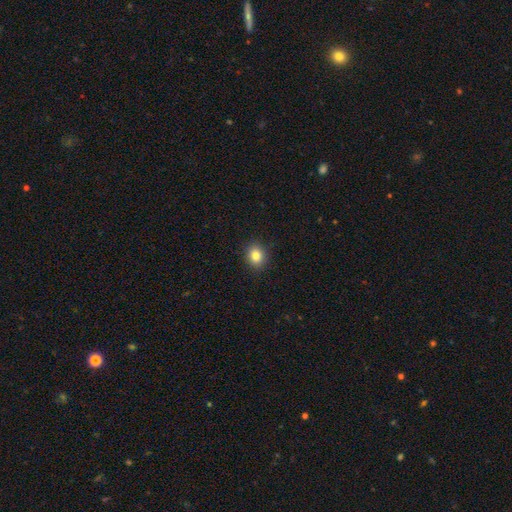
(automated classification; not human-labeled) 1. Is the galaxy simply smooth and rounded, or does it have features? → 83% smooth, 11% star or artifact, 7% featured or disk.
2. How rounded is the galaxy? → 68% round, 32% in between, 1% cigar-shaped.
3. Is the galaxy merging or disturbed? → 91% none, 6% minor disturbance, 2% major disturbance, 1% merger.